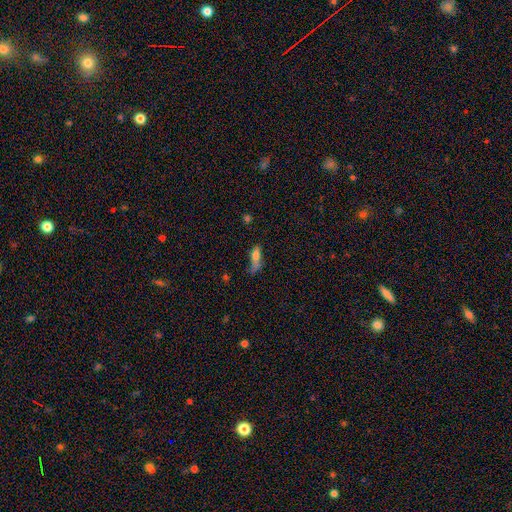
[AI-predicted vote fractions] Smooth or featured?
  - smooth: 69% *
  - featured or disk: 19%
  - star or artifact: 12%
How rounded?
  - in between: 60% *
  - cigar-shaped: 35%
  - round: 5%
Merging?
  - none: 31% *
  - major disturbance: 30%
  - minor disturbance: 29%
  - merger: 11%